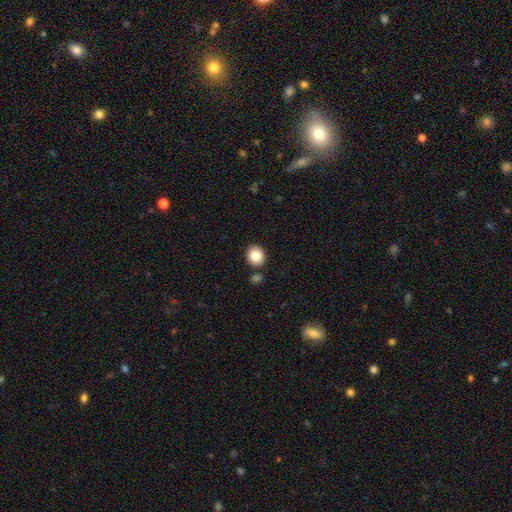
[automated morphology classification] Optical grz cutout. It shows a smooth galaxy with no disk features (84%) that is round (78%). Merging: none (84%).